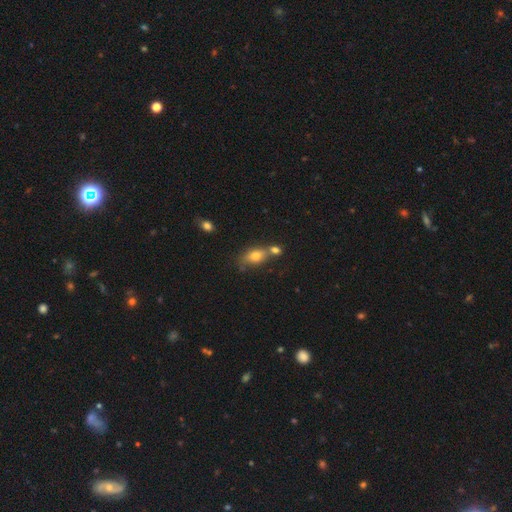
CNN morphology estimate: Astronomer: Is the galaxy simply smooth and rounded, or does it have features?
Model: smooth — 72%.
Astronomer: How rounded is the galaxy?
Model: in between — 76%.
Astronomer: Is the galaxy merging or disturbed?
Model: none — 49% (runner-up: merger, 33%).